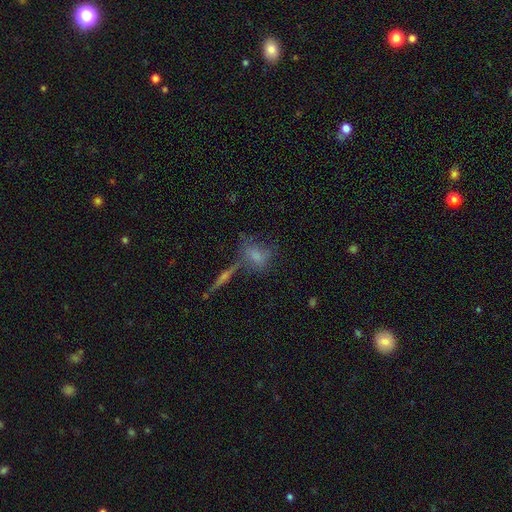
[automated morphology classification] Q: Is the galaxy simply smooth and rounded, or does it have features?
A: smooth — 50%.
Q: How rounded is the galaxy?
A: in between — 61%.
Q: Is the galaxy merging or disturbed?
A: none — 49%.